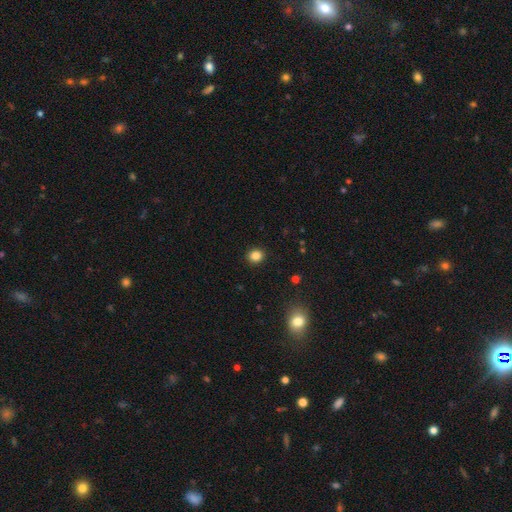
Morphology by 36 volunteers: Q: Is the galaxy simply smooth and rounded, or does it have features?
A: smooth — 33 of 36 (92%).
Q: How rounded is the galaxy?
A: round — 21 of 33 (64%).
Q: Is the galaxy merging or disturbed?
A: none — 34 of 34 (100%).